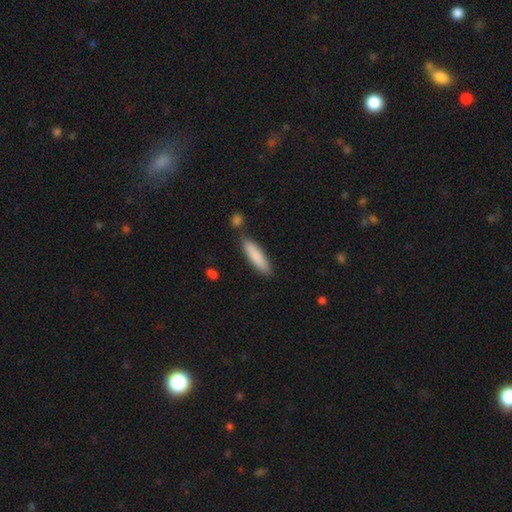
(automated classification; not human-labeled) smooth_or_featured: smooth (p=0.84) [alt: featured or disk p=0.10]
how_rounded: cigar-shaped (p=0.77) [alt: in between p=0.22]
merging: none (p=0.75) [alt: minor disturbance p=0.13]